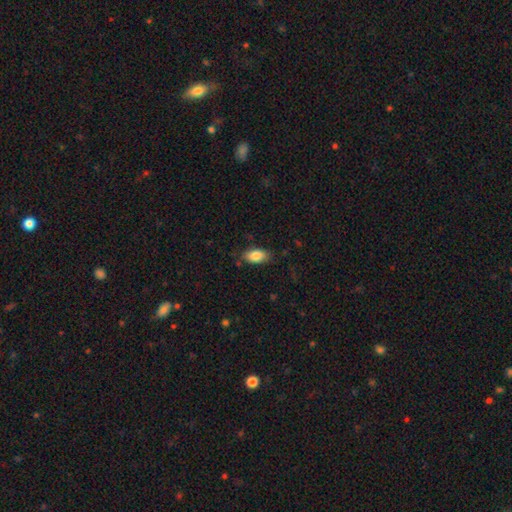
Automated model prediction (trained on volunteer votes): smooth_or_featured: smooth (p=0.85) [alt: featured or disk p=0.08]
how_rounded: in between (p=0.92) [alt: cigar-shaped p=0.04]
merging: none (p=0.80) [alt: minor disturbance p=0.15]